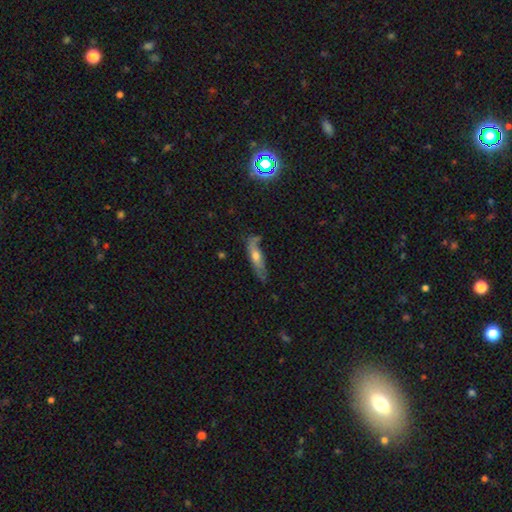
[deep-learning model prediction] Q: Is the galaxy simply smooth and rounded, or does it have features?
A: smooth — 49%.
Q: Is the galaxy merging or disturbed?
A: none — 56%.